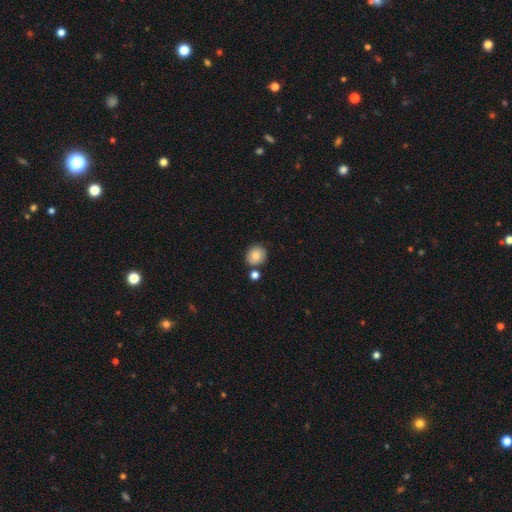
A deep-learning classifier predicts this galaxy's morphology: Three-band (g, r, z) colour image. It shows a smooth galaxy with no disk features (81%) that is round (87%). Merging: none (74%).